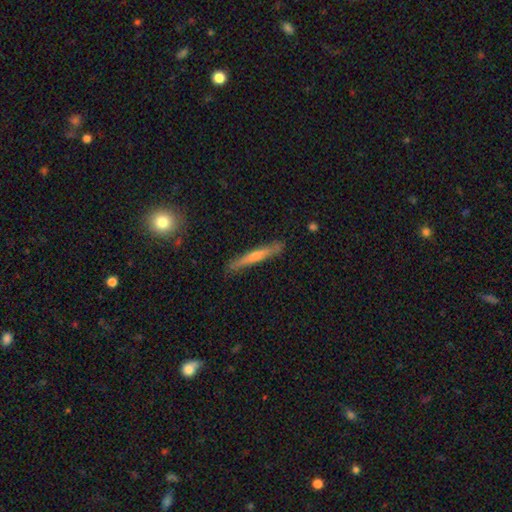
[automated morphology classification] Overall: featured or disk (50%; smooth 44%). Edge-on disk: yes (95%). Merging: none (86%).